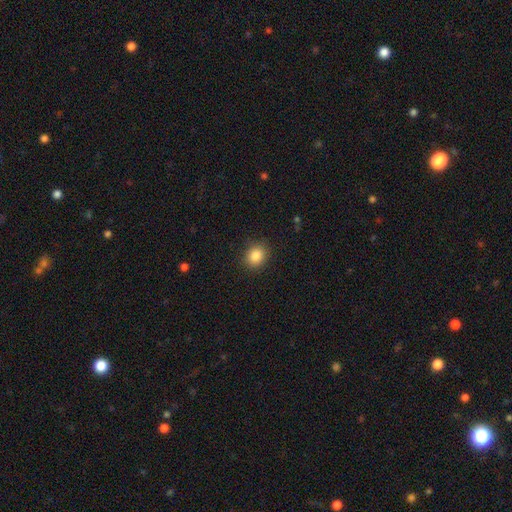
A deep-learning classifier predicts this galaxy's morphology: This is clearly a smooth galaxy (85%). How rounded: likely round (69%). Merging: clearly none (88%).